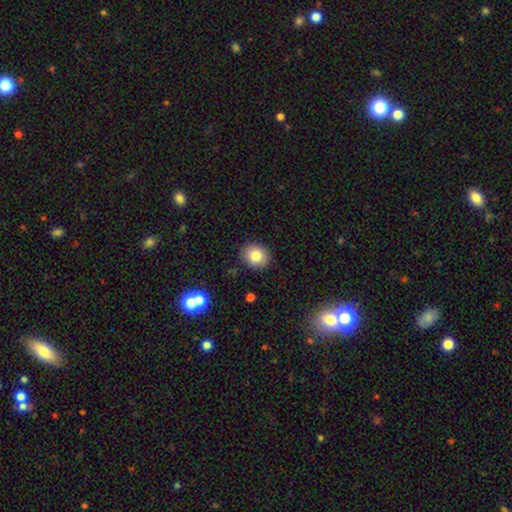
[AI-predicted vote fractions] This is likely a smooth galaxy (80%). How rounded: likely round (67%). Merging: clearly none (89%).